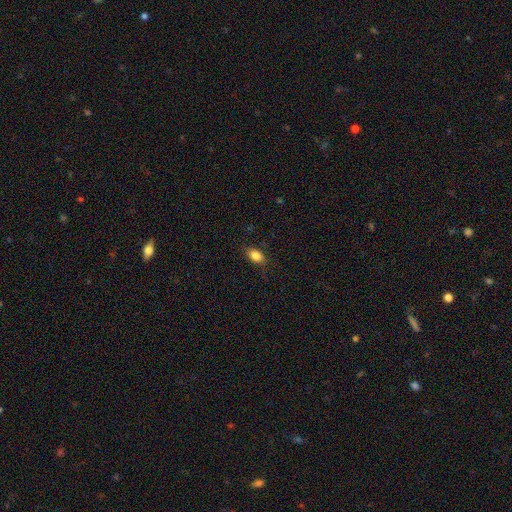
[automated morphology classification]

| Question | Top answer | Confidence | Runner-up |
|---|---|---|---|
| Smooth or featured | smooth | 85% | star or artifact (9%) |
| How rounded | in between | 84% | round (13%) |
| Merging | none | 82% | minor disturbance (14%) |